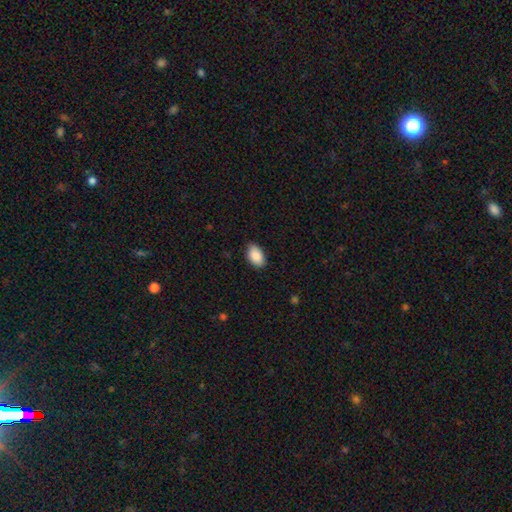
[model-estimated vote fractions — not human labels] The model was most divided on "merging": none: 84%, minor disturbance: 13%, major disturbance: 2%, merger: 1%. More confident: how rounded — in between (93%); smooth or featured — smooth (90%).